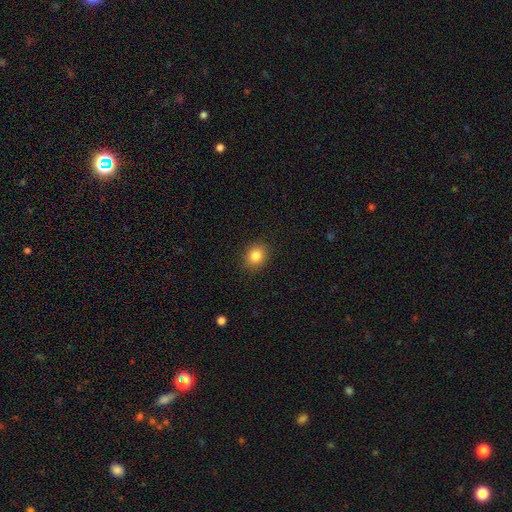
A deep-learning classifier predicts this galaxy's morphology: smooth-or-featured: smooth: 85% | star or artifact: 10% | featured or disk: 5%
  how-rounded: round: 64% | in between: 35% | cigar-shaped: 1%
  merging: none: 89% | minor disturbance: 8% | major disturbance: 2% | merger: 1%